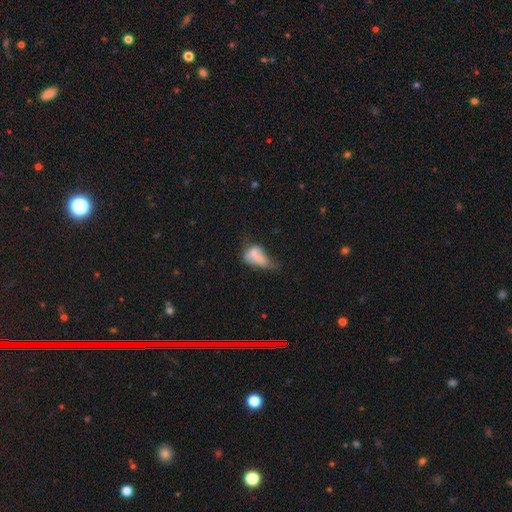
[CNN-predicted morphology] This is possibly a smooth galaxy (60%). How rounded: likely in between (78%). Merging: possibly merger (47%).